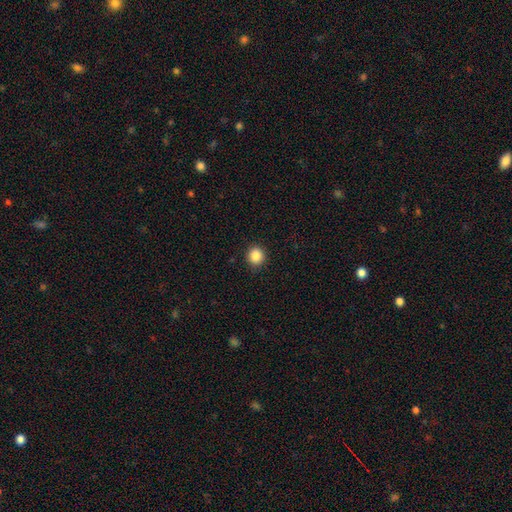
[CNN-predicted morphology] The model was most divided on "smooth or featured": smooth: 87%, star or artifact: 10%, featured or disk: 3%. More confident: merging — none (92%); how rounded — round (91%).